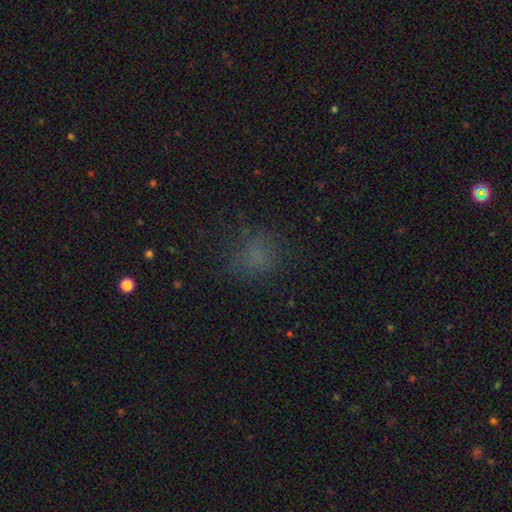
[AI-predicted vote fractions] Smooth or featured? Predicted: smooth (p=0.68). How rounded? Predicted: round (p=0.76). Merging? Predicted: none (p=0.74).